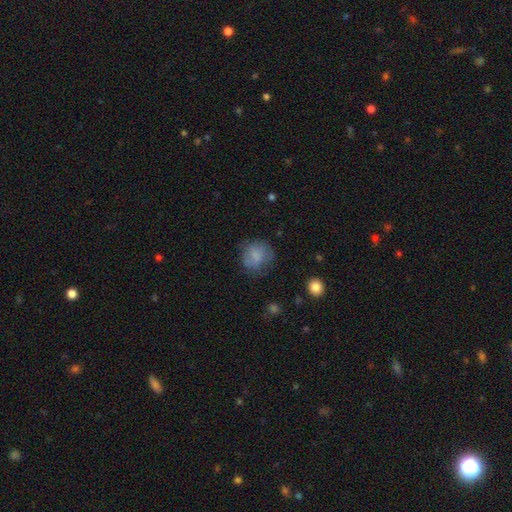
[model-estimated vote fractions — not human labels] A smooth galaxy with no disk features (74%) that is round (77%). Merging: none (61%).